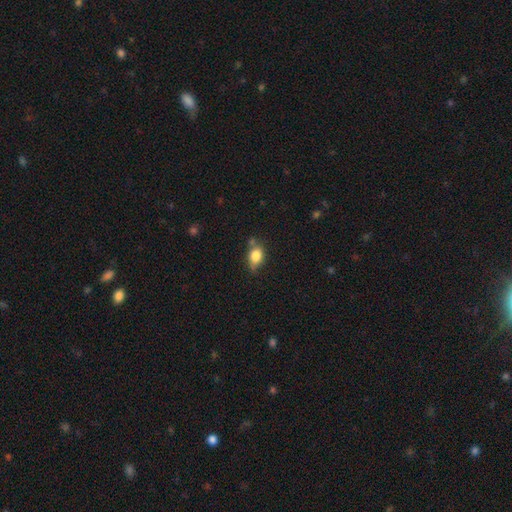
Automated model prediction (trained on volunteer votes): Smooth or featured? smooth (81%)
How rounded? in between (70%)
Merging? none (56%)